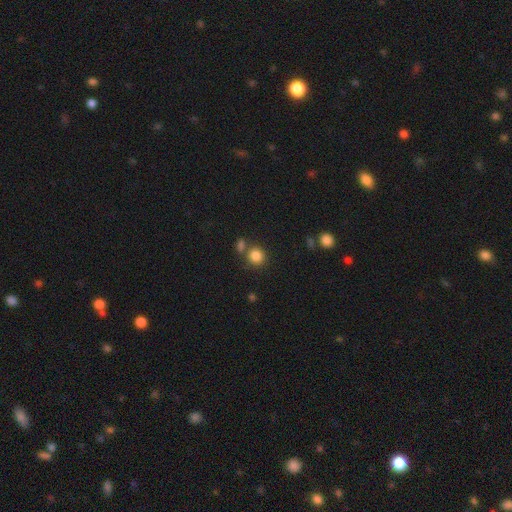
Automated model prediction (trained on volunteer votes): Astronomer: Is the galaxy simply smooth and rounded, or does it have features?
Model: smooth — 84%.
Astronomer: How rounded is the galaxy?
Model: round — 86%.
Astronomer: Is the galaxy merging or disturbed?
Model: none — 66%.